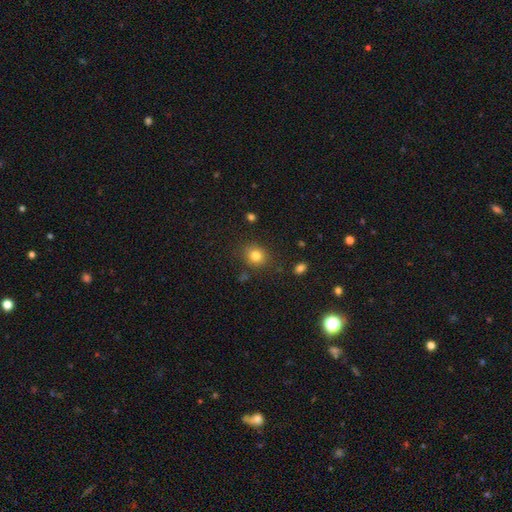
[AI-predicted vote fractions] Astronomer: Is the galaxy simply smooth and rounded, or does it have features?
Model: smooth — 81%.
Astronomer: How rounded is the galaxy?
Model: round — 73%.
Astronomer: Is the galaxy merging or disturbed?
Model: none — 84%.